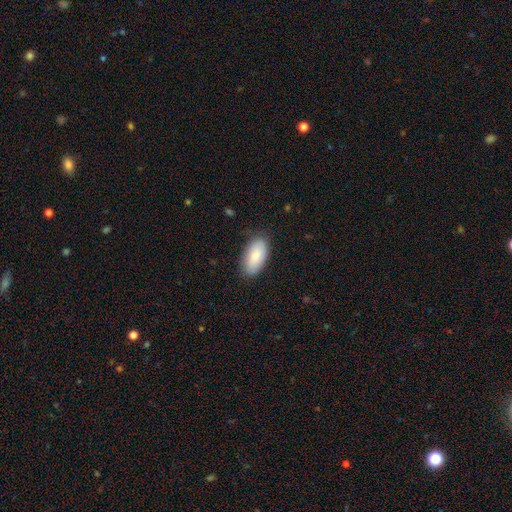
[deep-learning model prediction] A smooth galaxy with no disk features (86%) that is in between round and cigar-shaped (93%).

Vote fractions:
- Smooth or featured? smooth: 86% / featured or disk: 8% / star or artifact: 6%
- How rounded? in between: 93% / cigar-shaped: 4% / round: 2%
- Merging? none: 81% / minor disturbance: 15% / major disturbance: 3% / merger: 1%